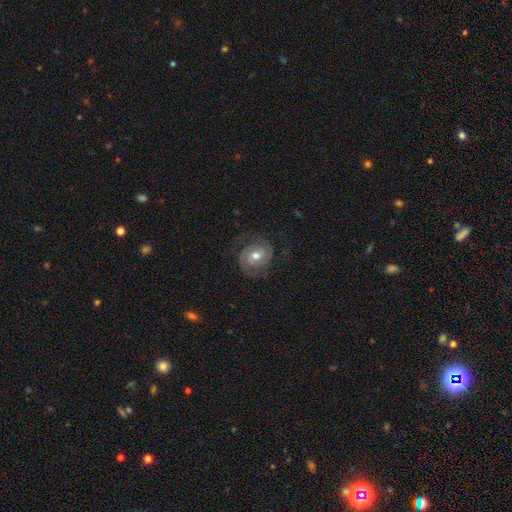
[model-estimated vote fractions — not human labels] smooth_or_featured: featured or disk (p=0.76) [alt: smooth p=0.17]
disk_edge_on: no (p=0.97) [alt: yes p=0.03]
bar: no (p=0.66) [alt: weak p=0.28]
has_spiral_arms: yes (p=0.93) [alt: no p=0.07]
spiral_winding: tight (p=0.48) [alt: medium p=0.38]
spiral_arm_count: 2 (p=0.79) [alt: can't tell p=0.09]
bulge_size: moderate (p=0.70) [alt: small p=0.23]
merging: none (p=0.73) [alt: minor disturbance p=0.15]